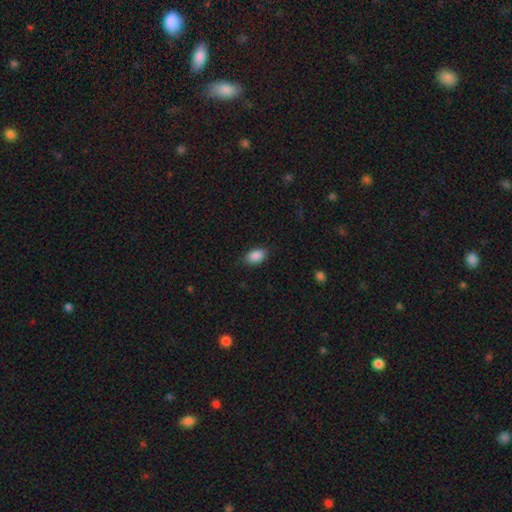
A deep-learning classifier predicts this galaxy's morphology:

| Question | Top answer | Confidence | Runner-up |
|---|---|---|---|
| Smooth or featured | smooth | 89% | star or artifact (7%) |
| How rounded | in between | 90% | round (8%) |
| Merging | none | 82% | minor disturbance (14%) |